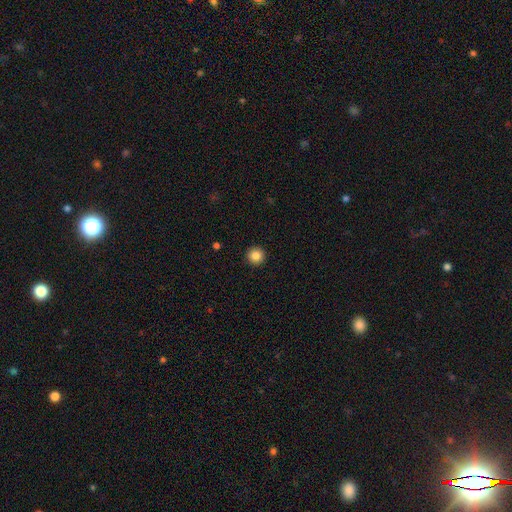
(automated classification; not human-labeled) Overall: smooth (85%). How rounded: round (96%). Merging: none (93%).